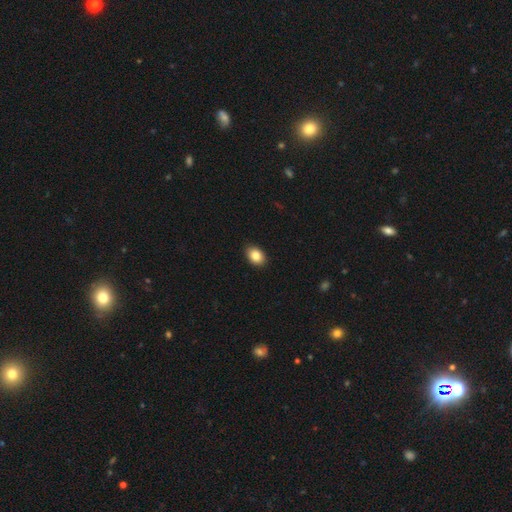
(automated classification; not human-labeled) Smooth or featured: smooth — 85% (star or artifact — 8%)
How rounded: in between — 78% (round — 21%)
Merging: none — 90% (minor disturbance — 8%)